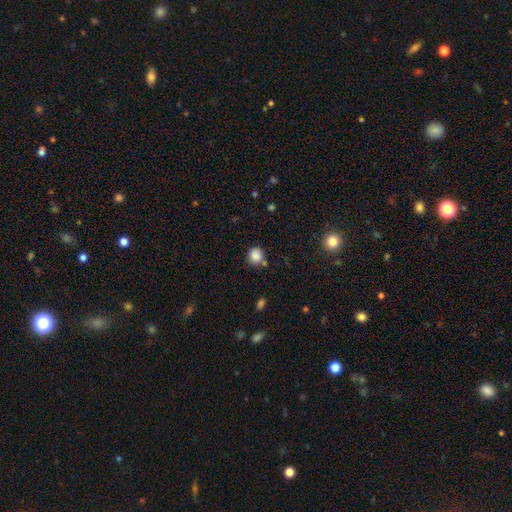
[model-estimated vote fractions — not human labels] Smooth or featured? Predicted: smooth (p=0.85). How rounded? Predicted: round (p=0.84). Merging? Predicted: none (p=0.71).